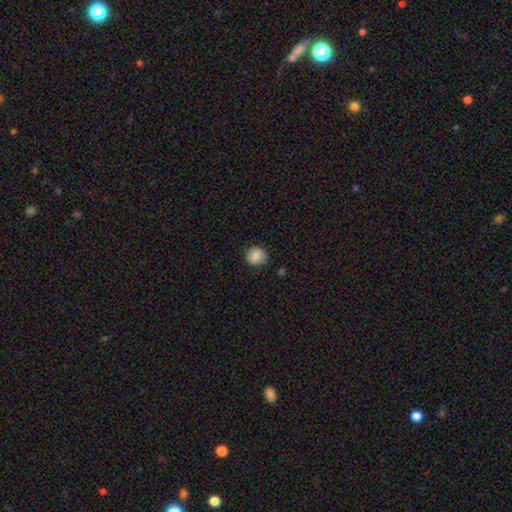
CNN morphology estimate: This appears to be a smooth galaxy with no disk features (84%) that is round (85%). Merging: none (81%).